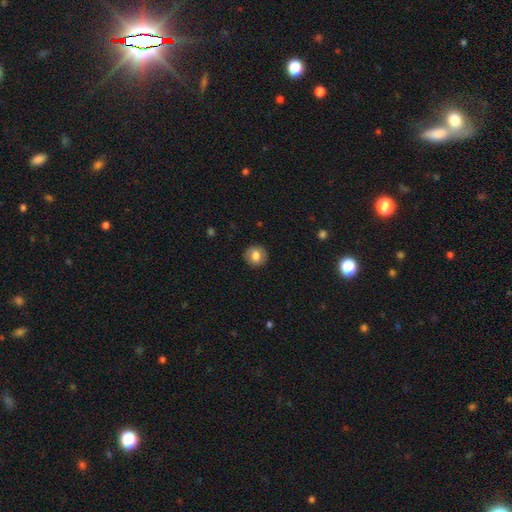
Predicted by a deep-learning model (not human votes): This is likely a smooth galaxy (75%). How rounded: clearly round (85%). Merging: clearly none (88%).